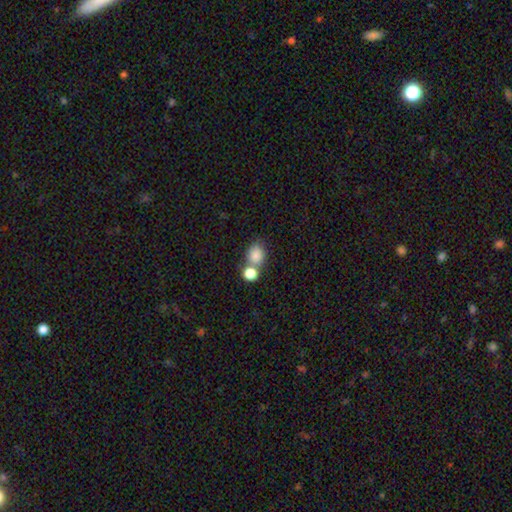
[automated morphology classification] Smooth or featured? smooth (83%)
How rounded? round (59%)
Merging? none (45%)